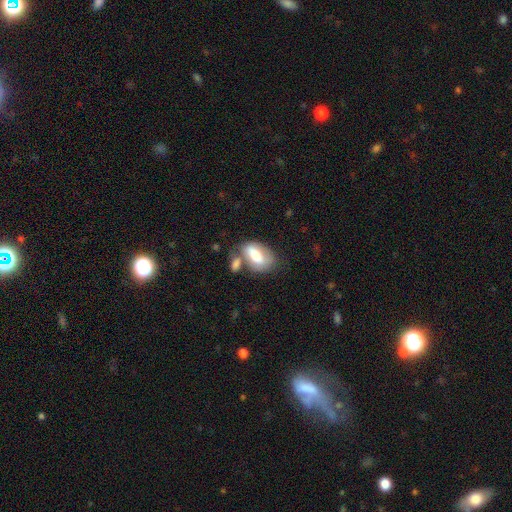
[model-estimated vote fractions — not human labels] Smooth or featured?
  - smooth: 69% *
  - featured or disk: 24%
  - star or artifact: 7%
How rounded?
  - in between: 90% *
  - round: 7%
  - cigar-shaped: 3%
Merging?
  - none: 39% *
  - merger: 33%
  - minor disturbance: 19%
  - major disturbance: 10%